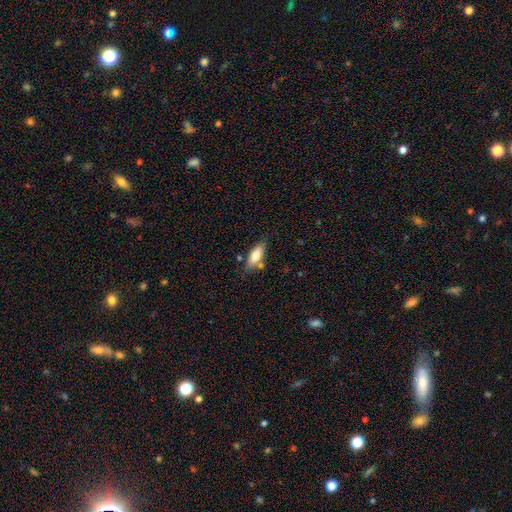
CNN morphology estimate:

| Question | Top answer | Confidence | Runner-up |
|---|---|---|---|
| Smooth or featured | smooth | 70% | featured or disk (24%) |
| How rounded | in between | 68% | cigar-shaped (29%) |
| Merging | none | 73% | minor disturbance (15%) |